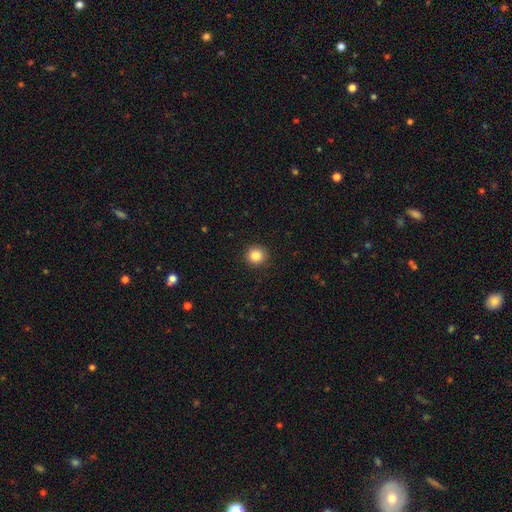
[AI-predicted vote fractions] The model was most divided on "smooth or featured": smooth: 85%, star or artifact: 10%, featured or disk: 5%. More confident: how rounded — round (93%); merging — none (92%).